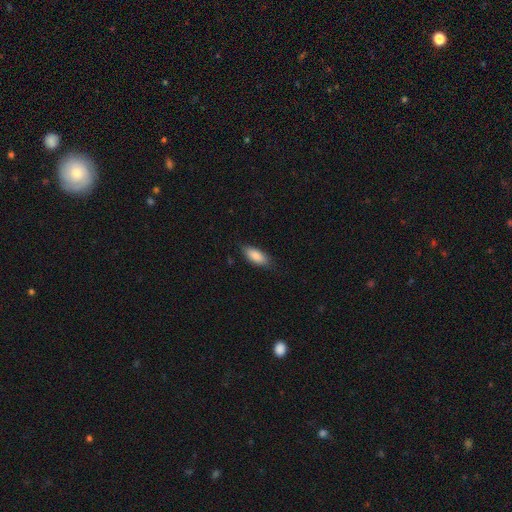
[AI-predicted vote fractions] Morphology: type=smooth (86%); roundness=in between (83%); merging=none (81%).